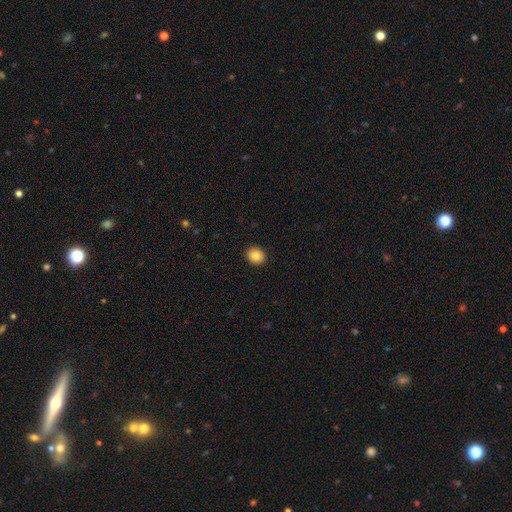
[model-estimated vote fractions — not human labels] smooth 86%, star or artifact 9%, featured or disk 6%. Down the decision tree: how rounded — round (71%); merging — none (92%).